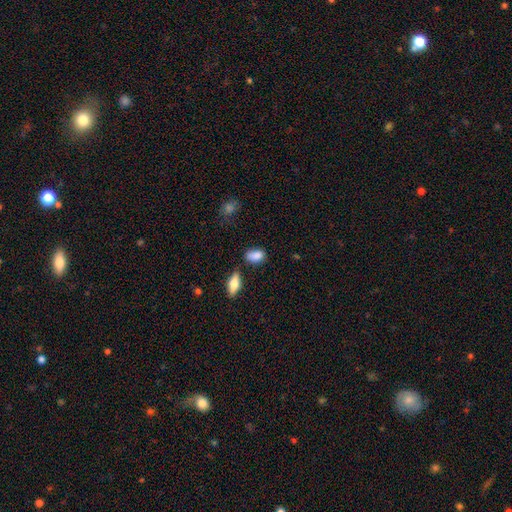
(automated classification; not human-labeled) Morphology: type=smooth (86%); roundness=in between (87%); merging=none (64%).